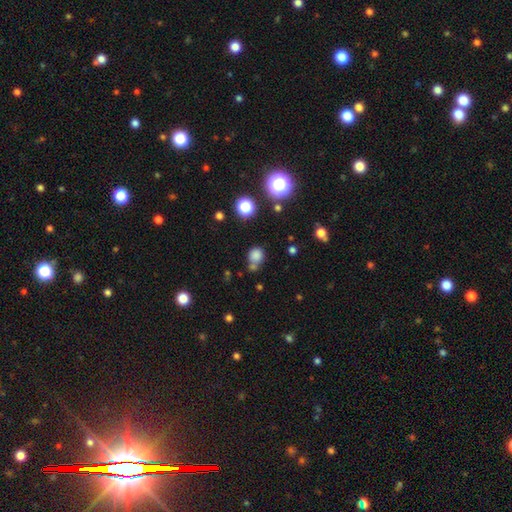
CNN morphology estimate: The model was most divided on "merging": none: 59%, merger: 21%, minor disturbance: 14%, major disturbance: 5%. More confident: how rounded — round (80%); smooth or featured — smooth (77%).